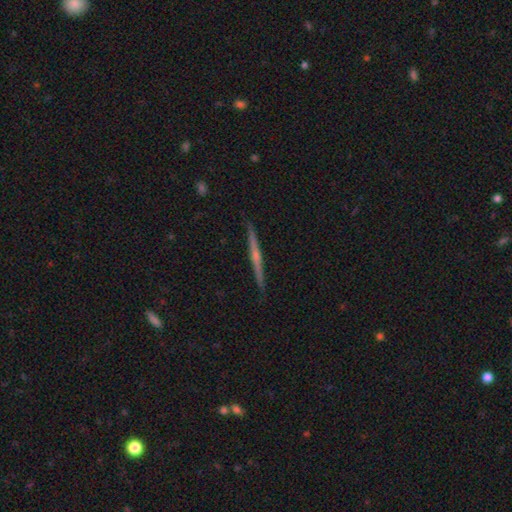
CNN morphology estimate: This is likely a featured or disk galaxy (74%). It is clearly viewed edge-on (98%). Edge-on bulge: likely rounded (64%). Merging: clearly none (92%).